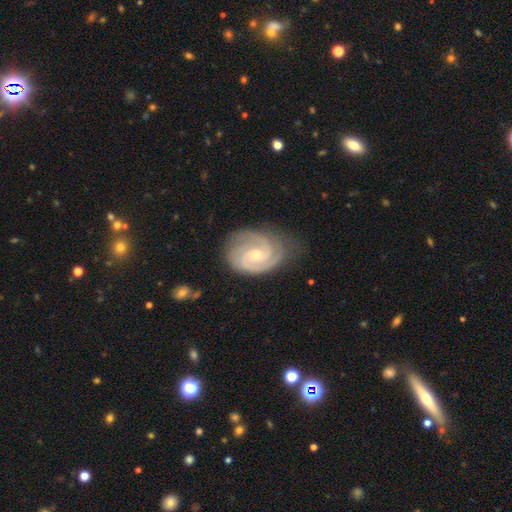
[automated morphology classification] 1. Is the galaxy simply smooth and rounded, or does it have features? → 90% featured or disk, 5% smooth, 4% star or artifact.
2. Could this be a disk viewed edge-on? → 98% no, 2% yes.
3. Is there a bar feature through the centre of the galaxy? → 62% no, 32% weak, 6% strong.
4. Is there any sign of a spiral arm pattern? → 98% yes, 2% no.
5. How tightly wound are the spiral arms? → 62% tight, 34% medium, 4% loose.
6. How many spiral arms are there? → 49% 2, 33% 3, 8% can't tell, 4% 4, 3% 1, 3% more than 4.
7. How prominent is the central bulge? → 65% small, 32% moderate, 1% none, 1% large, 1% dominant.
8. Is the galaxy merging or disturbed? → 74% none, 19% minor disturbance, 5% major disturbance, 1% merger.